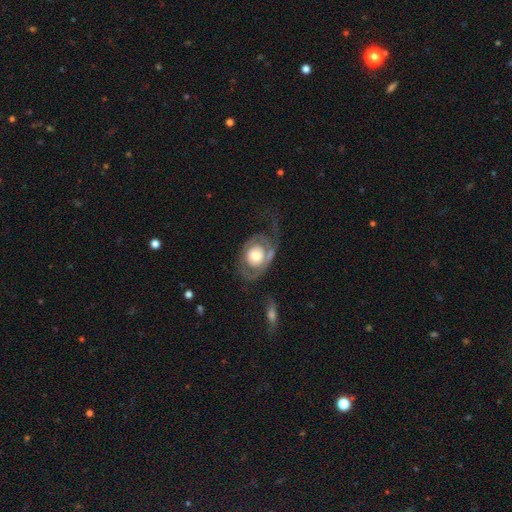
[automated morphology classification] Smooth or featured: featured or disk — 69% (smooth — 26%)
Edge-on disk: no — 95% (yes — 5%)
Bar: no — 84% (weak — 12%)
Spiral arms: yes — 62% (no — 38%)
Bulge size: moderate — 57% (large — 22%)
Merging: none — 42% (major disturbance — 34%)